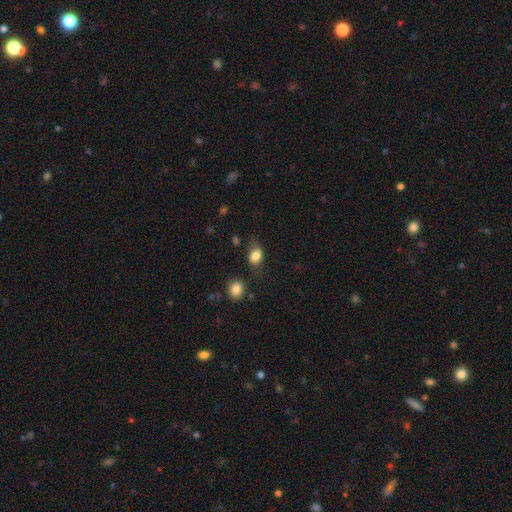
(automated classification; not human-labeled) The model was most divided on "how rounded": in between: 69%, round: 30%, cigar-shaped: 2%. More confident: smooth or featured — smooth (82%); merging — none (64%).